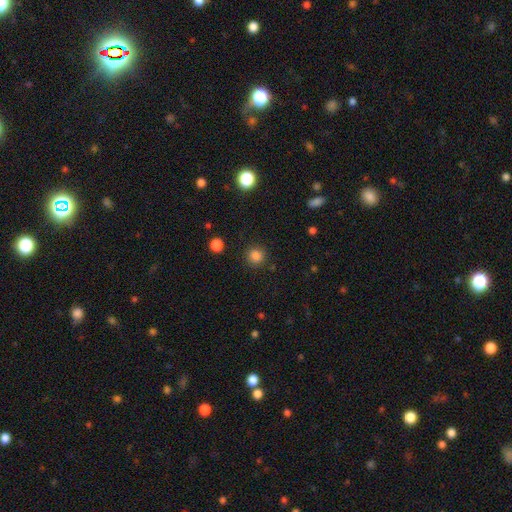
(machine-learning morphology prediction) A smooth galaxy with no disk features (84%) that is round (93%). Merging: none (90%).